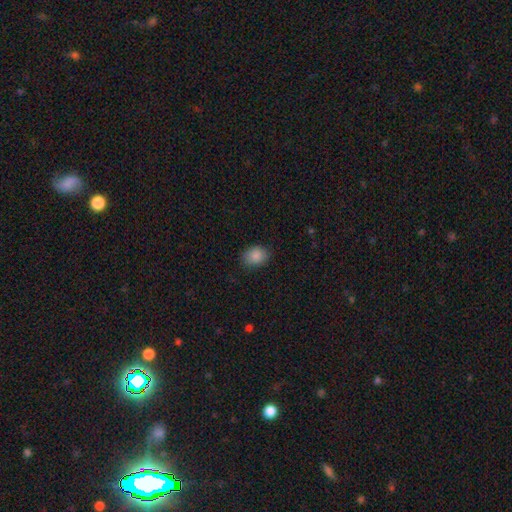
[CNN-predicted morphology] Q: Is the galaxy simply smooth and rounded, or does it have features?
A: smooth — 88%.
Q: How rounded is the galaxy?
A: in between — 59%.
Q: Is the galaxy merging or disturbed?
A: none — 82%.